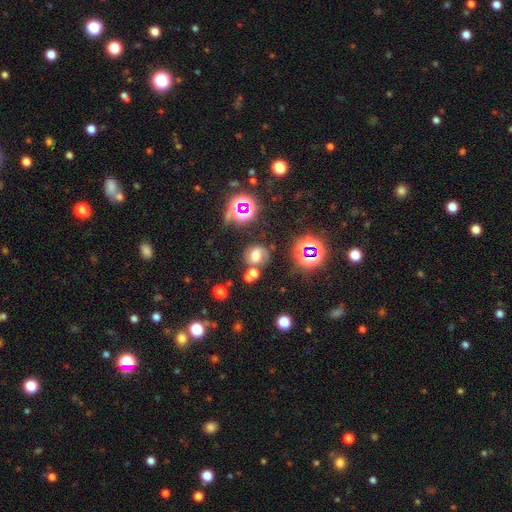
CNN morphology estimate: Smooth or featured? smooth (42%)
Merging? none (49%)